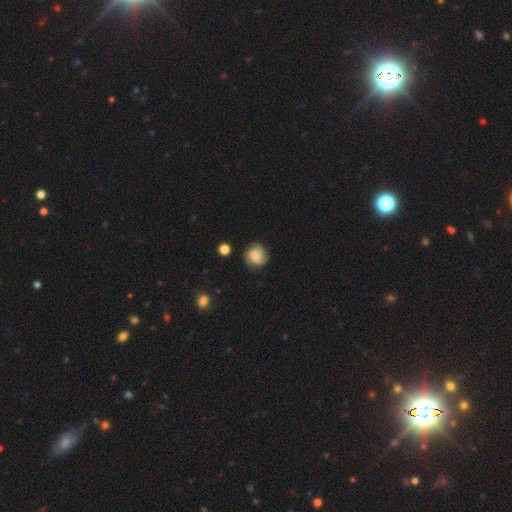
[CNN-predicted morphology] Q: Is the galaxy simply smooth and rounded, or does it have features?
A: smooth — 50%.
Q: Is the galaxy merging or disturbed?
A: none — 78%.